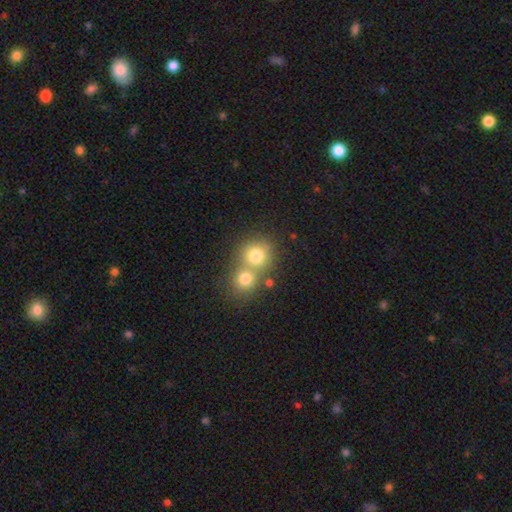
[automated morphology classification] type=smooth (76%); roundness=round (83%); merging=merger (55%).